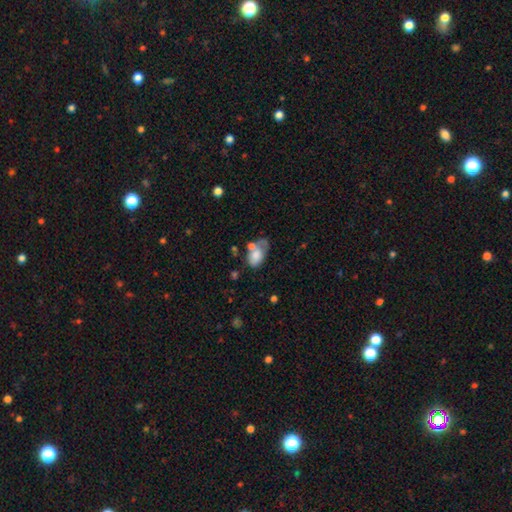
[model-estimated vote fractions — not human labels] This is likely a smooth galaxy (68%). How rounded: clearly in between (88%). Merging: marginally merger (28%).